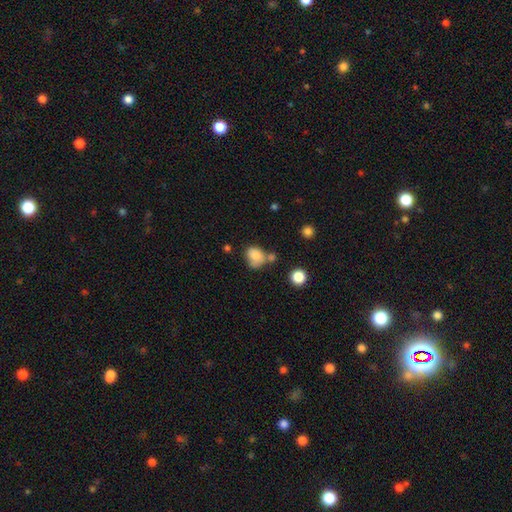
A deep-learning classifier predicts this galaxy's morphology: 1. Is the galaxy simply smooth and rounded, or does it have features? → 80% smooth, 10% star or artifact, 10% featured or disk.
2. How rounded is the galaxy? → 52% in between, 47% round, 1% cigar-shaped.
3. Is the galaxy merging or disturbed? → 41% none, 24% minor disturbance, 24% merger, 12% major disturbance.